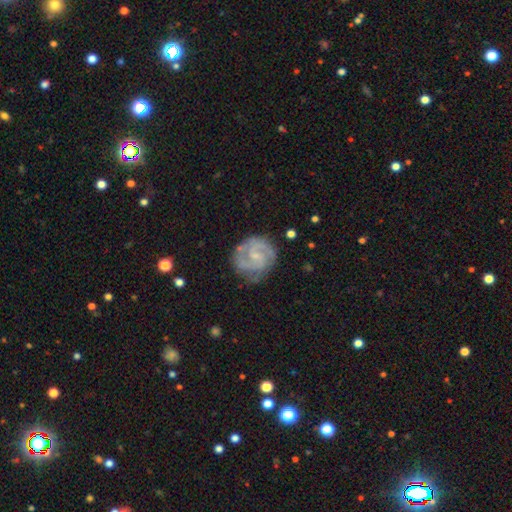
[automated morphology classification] type=featured or disk (85%); edge-on=no (98%); bar=weak (46%, tied with no); spiral arms=yes (96%); winding=tight (46%); arm count=2 (69%); bulge=small (67%); merging=none (74%).